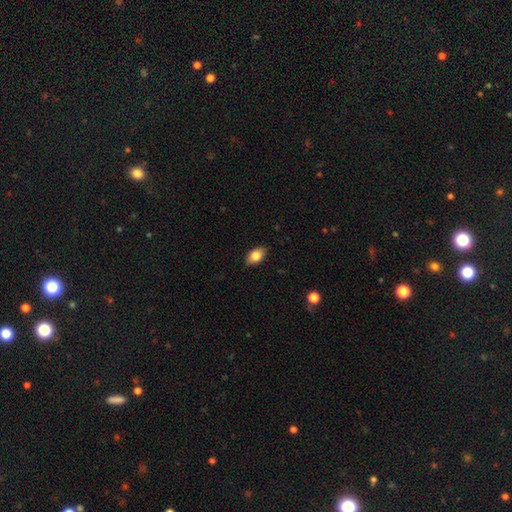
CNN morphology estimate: Smooth or featured? Predicted: smooth (p=0.82). How rounded? Predicted: in between (p=0.88). Merging? Predicted: none (p=0.86).